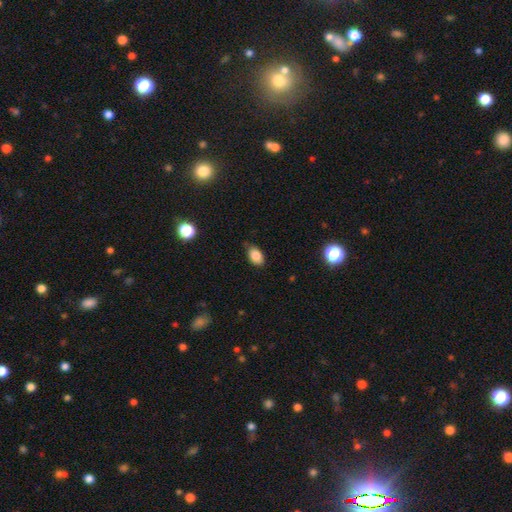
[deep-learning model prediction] This appears to be a smooth galaxy with no disk features (84%) that is in between round and cigar-shaped (86%). Merging: none (71%).